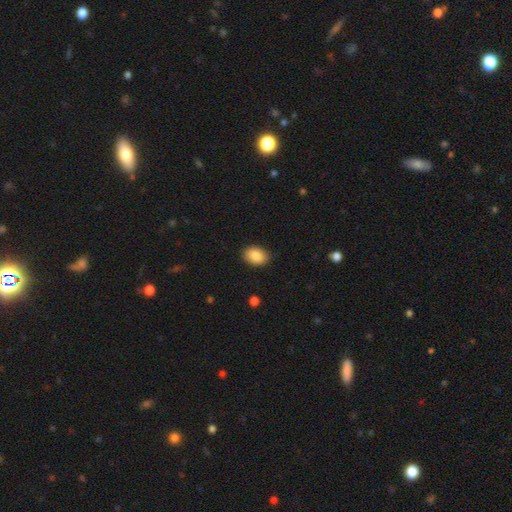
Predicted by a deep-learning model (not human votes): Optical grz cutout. It shows a smooth galaxy with no disk features (88%) that is in between round and cigar-shaped (82%). Merging: none (87%).